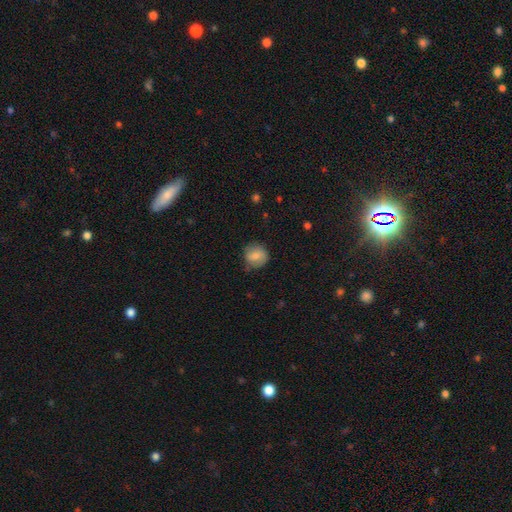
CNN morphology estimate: Overall: smooth (73%). How rounded: round (84%). Merging: none (71%).